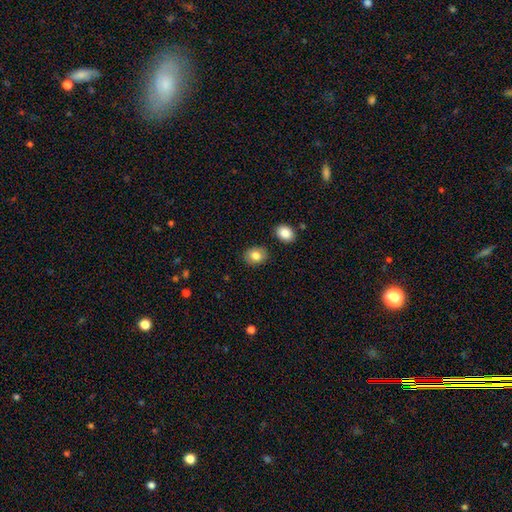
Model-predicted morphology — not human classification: The model was most divided on "how rounded": in between: 55%, round: 44%, cigar-shaped: 1%. More confident: merging — none (86%); smooth or featured — smooth (83%).